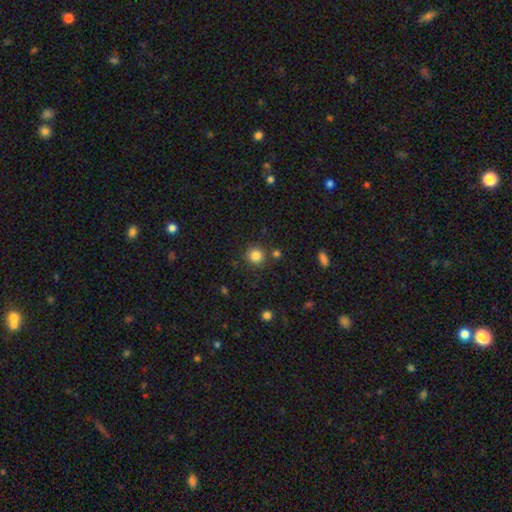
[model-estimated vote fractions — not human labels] Q: Smooth or featured?
A: smooth (84%); runner-up: star or artifact (12%)
Q: How rounded?
A: round (92%); runner-up: in between (7%)
Q: Merging?
A: none (84%); runner-up: minor disturbance (8%)